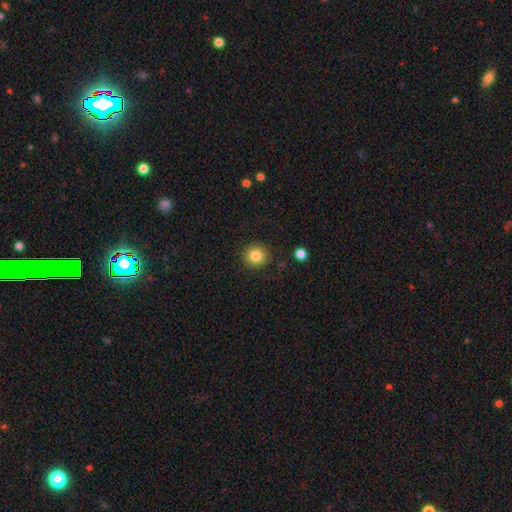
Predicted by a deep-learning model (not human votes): smooth-or-featured: smooth: 84% | star or artifact: 10% | featured or disk: 6%
  how-rounded: round: 91% | in between: 8% | cigar-shaped: 1%
  merging: none: 89% | minor disturbance: 7% | major disturbance: 2% | merger: 2%